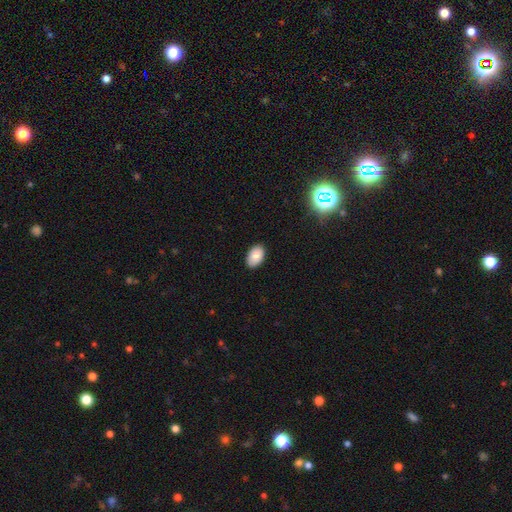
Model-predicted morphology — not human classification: type=smooth (89%); roundness=in between (93%); merging=none (88%).